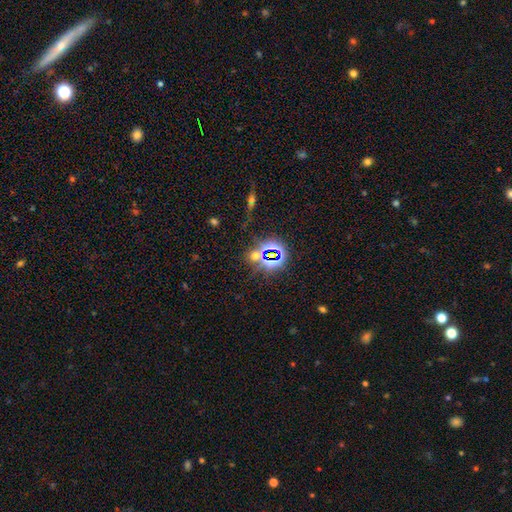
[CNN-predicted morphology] smooth_or_featured: star or artifact (p=0.61) [alt: smooth p=0.29]